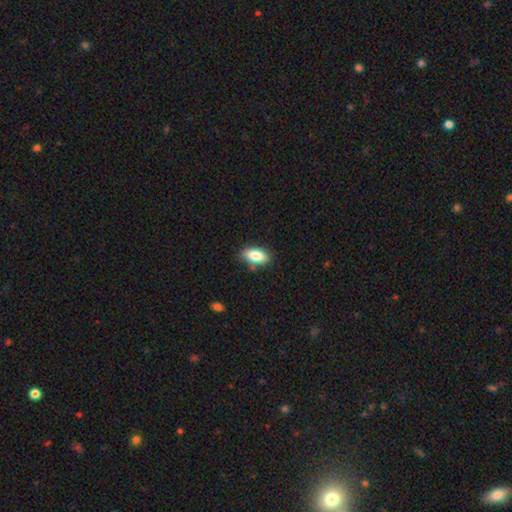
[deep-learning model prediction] smooth-or-featured: smooth: 84% | featured or disk: 8% | star or artifact: 7%
  how-rounded: in between: 90% | cigar-shaped: 7% | round: 4%
  merging: none: 79% | minor disturbance: 15% | merger: 3% | major disturbance: 3%